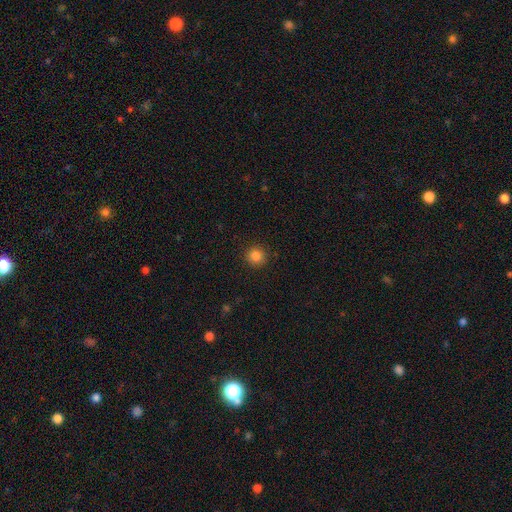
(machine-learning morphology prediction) This is clearly a smooth galaxy (85%). How rounded: clearly round (93%). Merging: clearly none (91%).